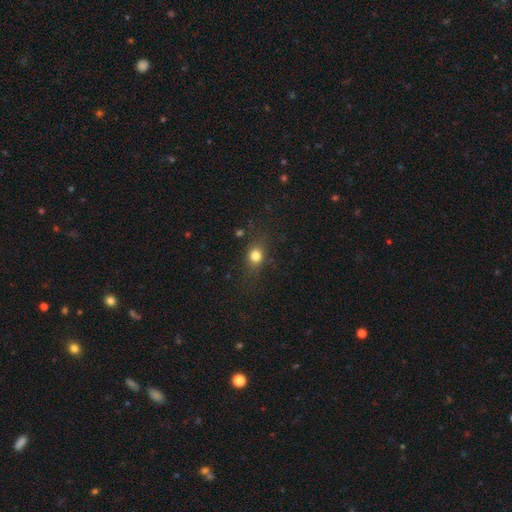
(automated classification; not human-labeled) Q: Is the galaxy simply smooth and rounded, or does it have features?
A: smooth — 76%.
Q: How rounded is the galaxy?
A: round — 64%.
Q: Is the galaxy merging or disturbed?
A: none — 76%.